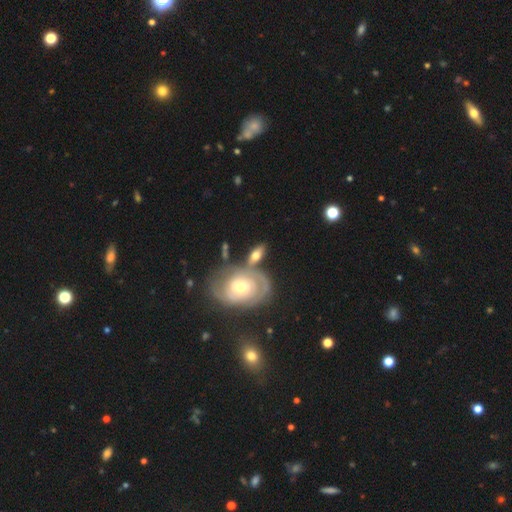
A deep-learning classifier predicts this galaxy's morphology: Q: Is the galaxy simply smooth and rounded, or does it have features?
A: featured or disk — 51%.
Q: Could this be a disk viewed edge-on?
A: no — 84%.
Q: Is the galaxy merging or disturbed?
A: none — 51%.